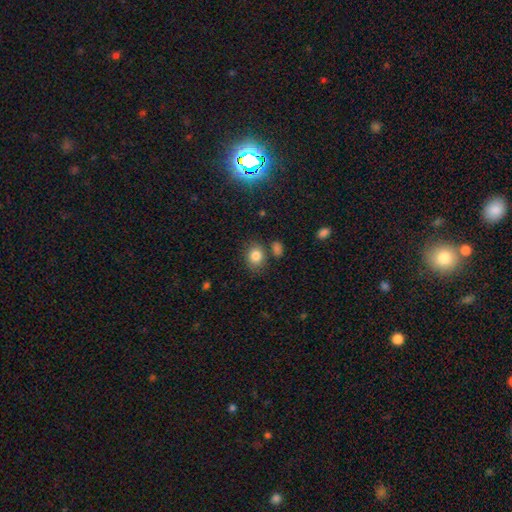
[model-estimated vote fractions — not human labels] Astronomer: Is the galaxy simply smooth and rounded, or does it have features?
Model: smooth — 82%.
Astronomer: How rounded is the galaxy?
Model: round — 51% (runner-up: in between, 48%).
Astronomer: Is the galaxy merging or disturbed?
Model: none — 76%.